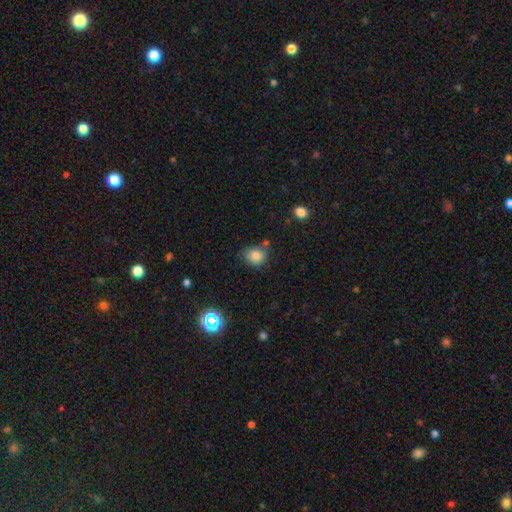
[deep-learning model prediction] smooth_or_featured: smooth (p=0.84) [alt: star or artifact p=0.11]
how_rounded: round (p=0.67) [alt: in between p=0.32]
merging: none (p=0.69) [alt: minor disturbance p=0.19]